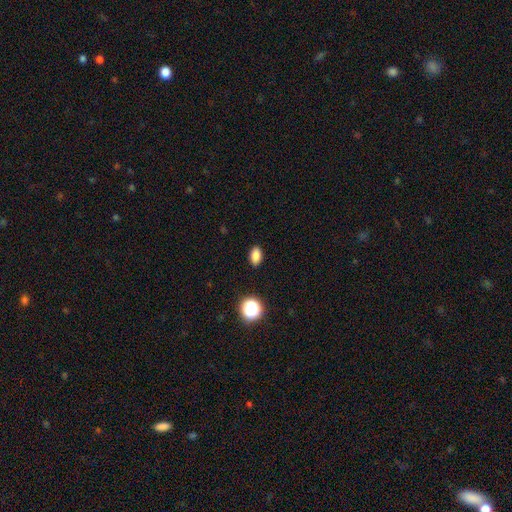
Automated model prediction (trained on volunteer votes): Smooth or featured: smooth — 84% (star or artifact — 11%)
How rounded: in between — 86% (round — 11%)
Merging: none — 89% (minor disturbance — 8%)